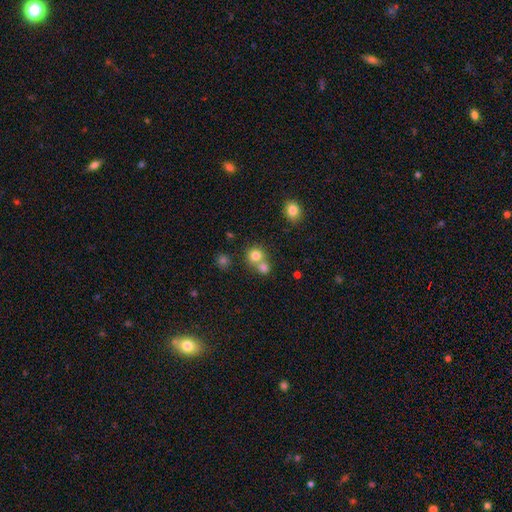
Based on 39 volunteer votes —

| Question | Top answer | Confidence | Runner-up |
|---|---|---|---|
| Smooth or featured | smooth | 87% | star or artifact (10%) |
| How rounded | round | 94% | in between (6%) |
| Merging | none | 66% | merger (29%) |